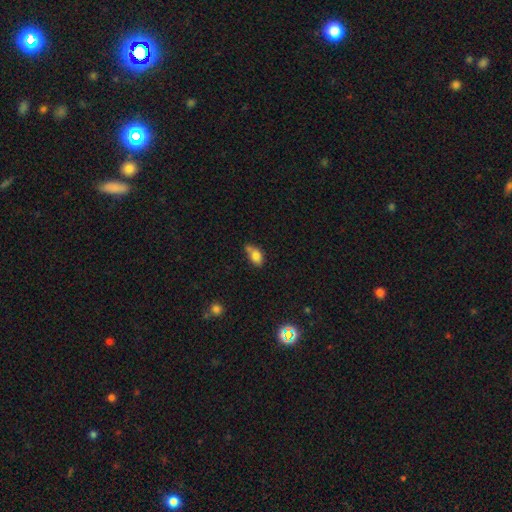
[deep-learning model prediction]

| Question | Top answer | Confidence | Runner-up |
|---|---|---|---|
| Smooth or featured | smooth | 78% | featured or disk (11%) |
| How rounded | in between | 82% | round (15%) |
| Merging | none | 41% | minor disturbance (31%) |